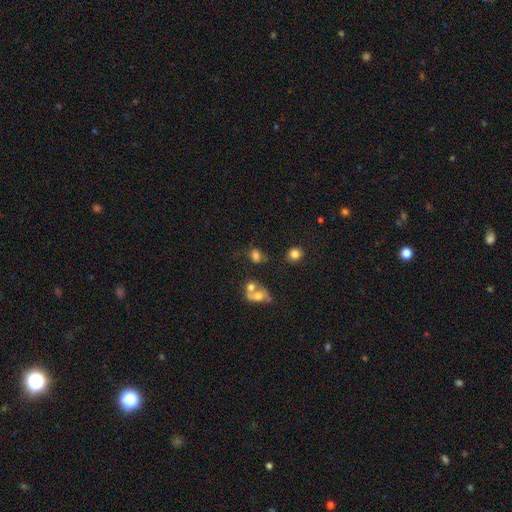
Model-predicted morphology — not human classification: smooth-or-featured: smooth: 68% | featured or disk: 17% | star or artifact: 14%
  how-rounded: in between: 65% | round: 33% | cigar-shaped: 2%
  merging: none: 39% | merger: 26% | minor disturbance: 20% | major disturbance: 15%